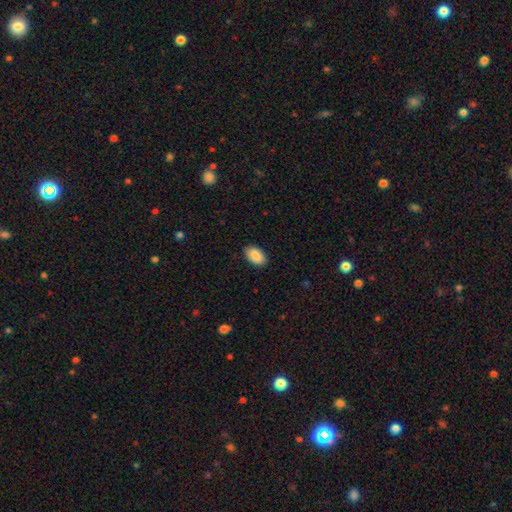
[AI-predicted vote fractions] Q: Smooth or featured?
A: smooth (89%); runner-up: star or artifact (6%)
Q: How rounded?
A: in between (93%); runner-up: round (5%)
Q: Merging?
A: none (88%); runner-up: minor disturbance (9%)